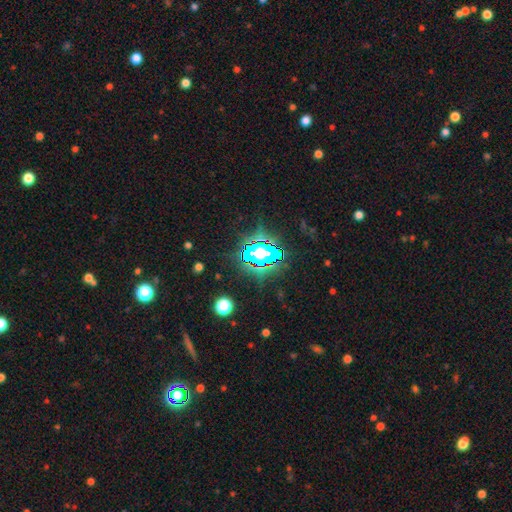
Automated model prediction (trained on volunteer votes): This is clearly a star or artifact rather than a galaxy (81%).